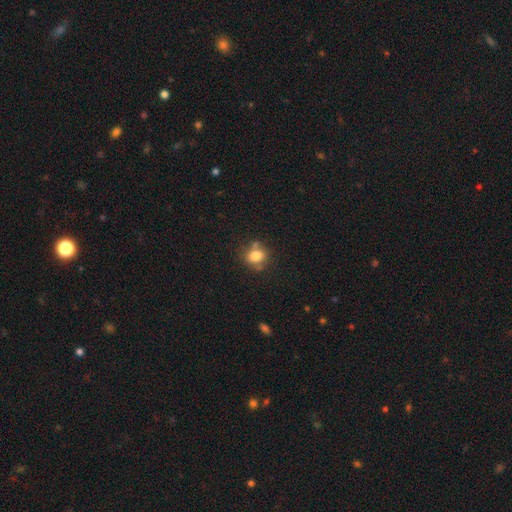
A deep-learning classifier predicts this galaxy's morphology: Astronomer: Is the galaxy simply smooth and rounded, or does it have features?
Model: smooth — 79%.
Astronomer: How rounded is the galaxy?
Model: round — 59% (runner-up: in between, 40%).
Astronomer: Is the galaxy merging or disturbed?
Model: none — 64%.